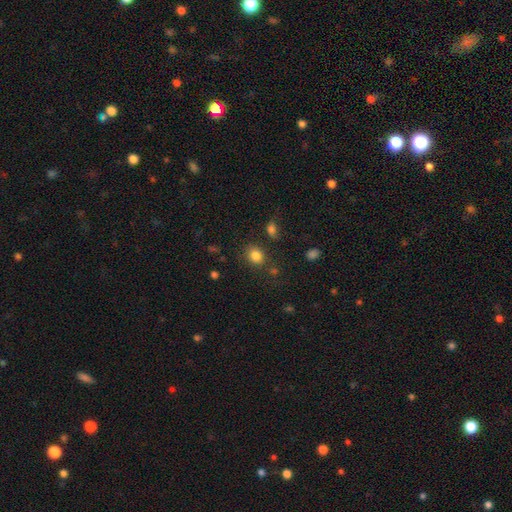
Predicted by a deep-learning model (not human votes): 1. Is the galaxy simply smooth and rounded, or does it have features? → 83% smooth, 12% star or artifact, 6% featured or disk.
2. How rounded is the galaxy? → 60% round, 39% in between, 1% cigar-shaped.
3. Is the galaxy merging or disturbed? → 79% none, 12% minor disturbance, 5% merger, 4% major disturbance.